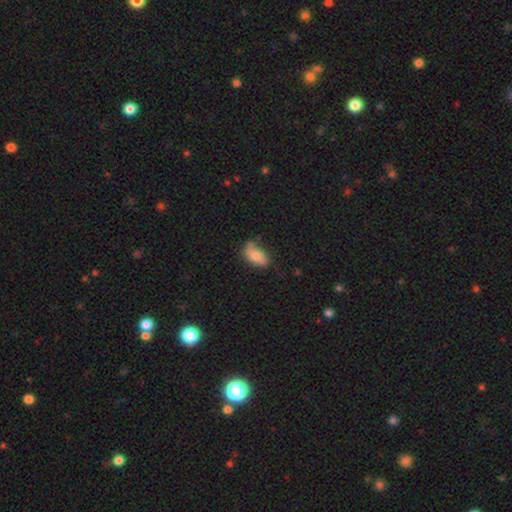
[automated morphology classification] smooth 75%, featured or disk 17%, star or artifact 8%. Down the decision tree: how rounded — in between (91%); merging — none (53%).